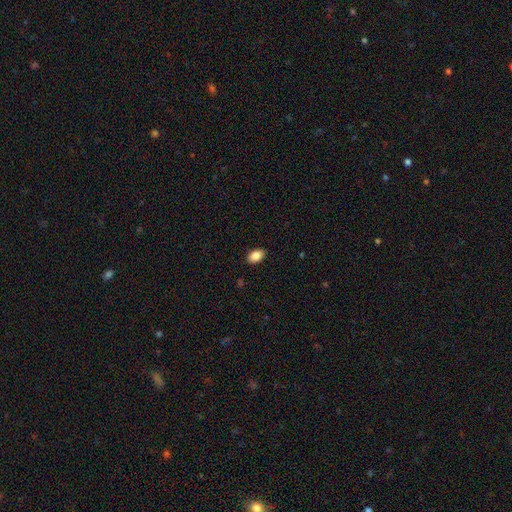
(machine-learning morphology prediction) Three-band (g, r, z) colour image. It shows a smooth galaxy with no disk features (88%) that is in between round and cigar-shaped (89%). Merging: none (89%).